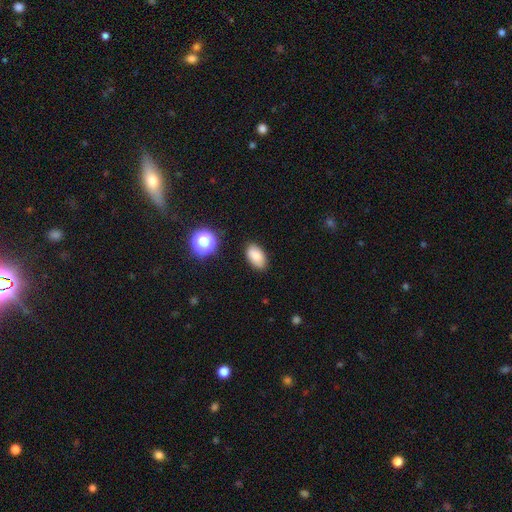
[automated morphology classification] Smooth or featured?
  - smooth: 83% *
  - star or artifact: 9%
  - featured or disk: 8%
How rounded?
  - in between: 92% *
  - round: 6%
  - cigar-shaped: 2%
Merging?
  - none: 85% *
  - minor disturbance: 11%
  - major disturbance: 2%
  - merger: 2%